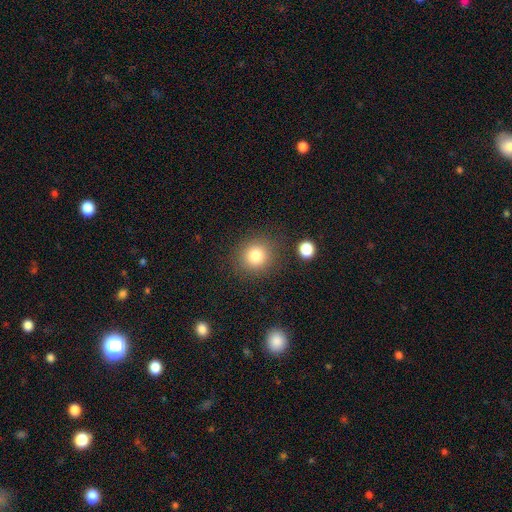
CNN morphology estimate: Smooth or featured?
  - smooth: 81% *
  - star or artifact: 11%
  - featured or disk: 7%
How rounded?
  - round: 88% *
  - in between: 11%
  - cigar-shaped: 1%
Merging?
  - none: 83% *
  - minor disturbance: 9%
  - merger: 4%
  - major disturbance: 4%